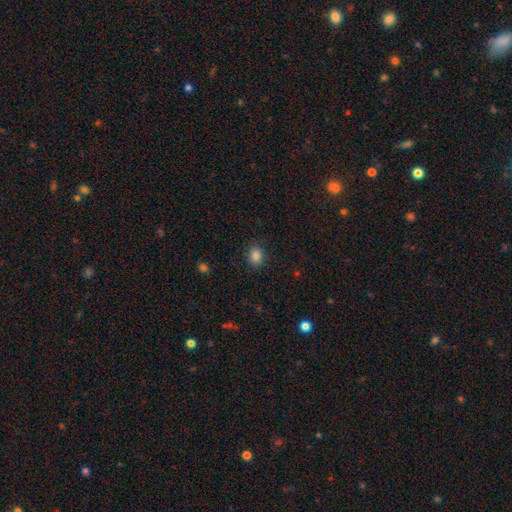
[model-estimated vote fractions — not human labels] smooth_or_featured: smooth (p=0.85) [alt: star or artifact p=0.11]
how_rounded: in between (p=0.52) [alt: round p=0.47]
merging: none (p=0.87) [alt: minor disturbance p=0.10]